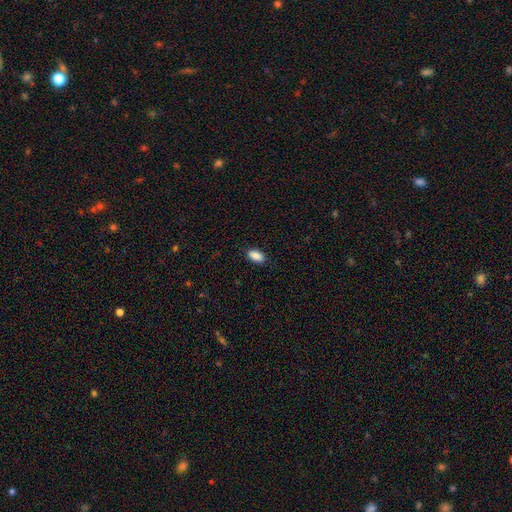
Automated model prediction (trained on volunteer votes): This is clearly a smooth galaxy (90%). How rounded: clearly in between (93%). Merging: clearly none (88%).